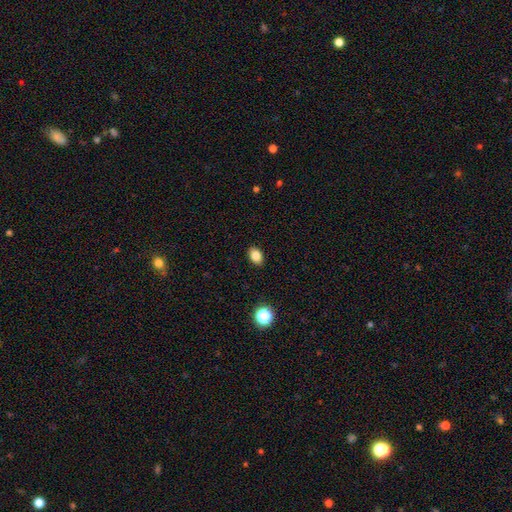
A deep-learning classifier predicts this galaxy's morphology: Smooth or featured? Predicted: smooth (p=0.83). How rounded? Predicted: in between (p=0.79). Merging? Predicted: none (p=0.90).